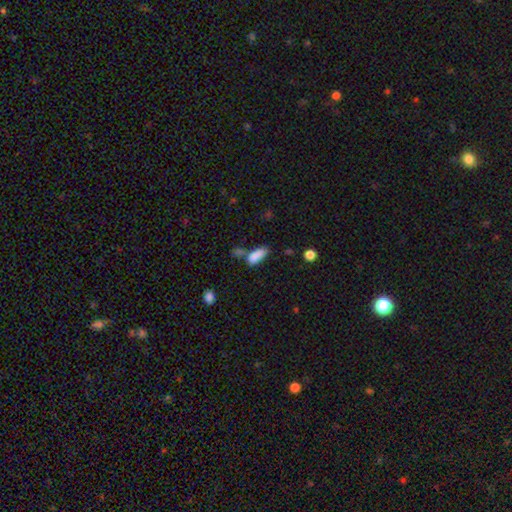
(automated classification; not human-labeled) Morphology: type=smooth (84%); roundness=in between (71%); merging=none (45%).